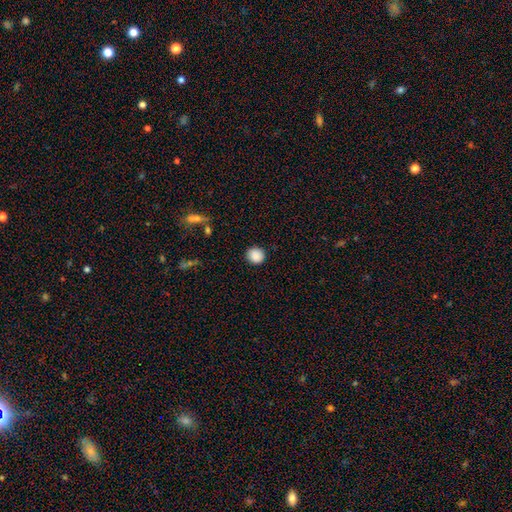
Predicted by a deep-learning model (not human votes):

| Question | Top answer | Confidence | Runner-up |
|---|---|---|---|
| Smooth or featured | smooth | 88% | star or artifact (9%) |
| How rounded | round | 89% | in between (10%) |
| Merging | none | 90% | minor disturbance (7%) |